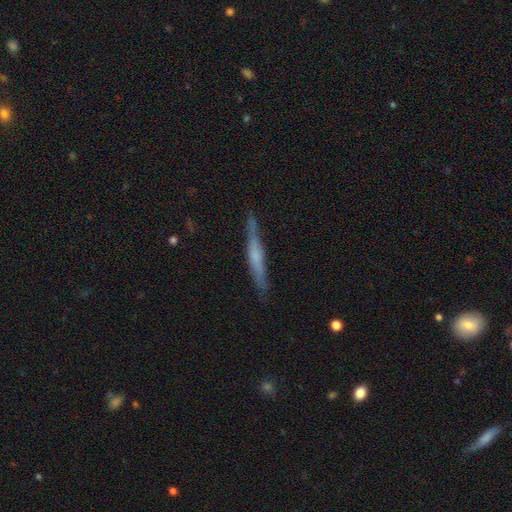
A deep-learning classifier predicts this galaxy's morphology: smooth-or-featured: featured or disk: 57% | smooth: 37% | star or artifact: 6%
  disk-edge-on: yes: 96% | no: 4%
    edge-on-bulge: rounded: 40% | none: 39% | boxy: 21%
  merging: none: 84% | minor disturbance: 12% | major disturbance: 2% | merger: 2%